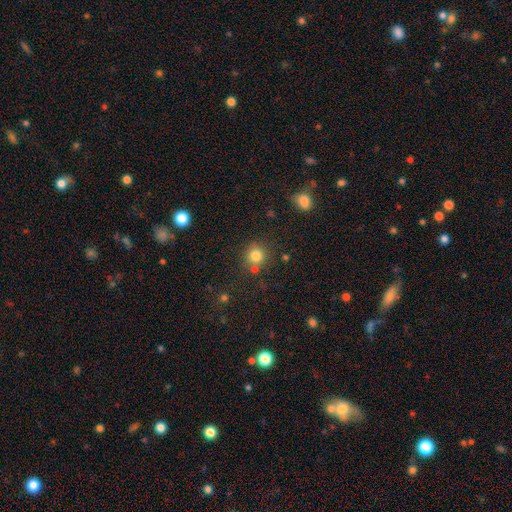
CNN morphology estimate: A smooth galaxy with no disk features (80%) that is round (90%).

Vote fractions:
- Smooth or featured? smooth: 80% / star or artifact: 13% / featured or disk: 7%
- How rounded? round: 90% / in between: 9% / cigar-shaped: 1%
- Merging? none: 73% / merger: 13% / minor disturbance: 11% / major disturbance: 4%